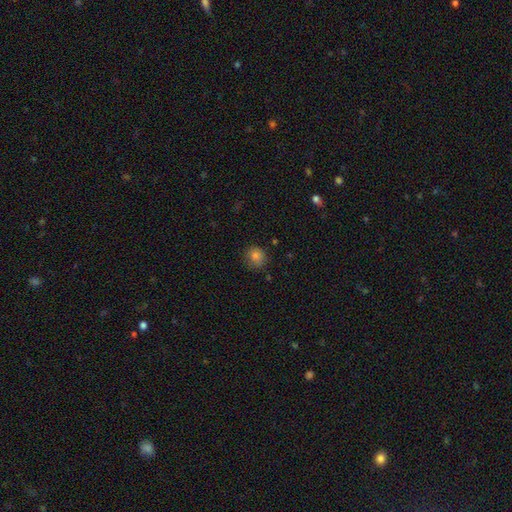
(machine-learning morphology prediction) Overall: smooth (83%). How rounded: round (84%). Merging: none (78%).